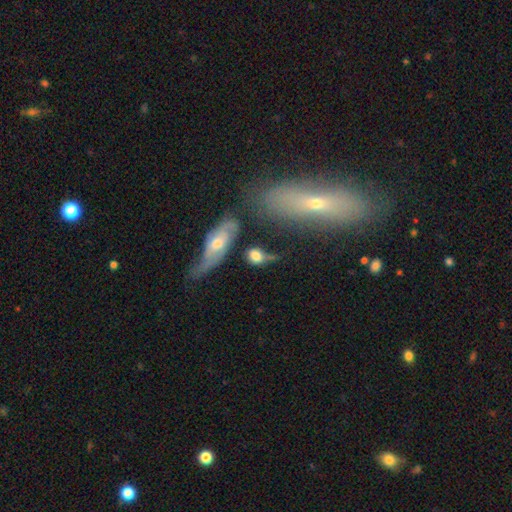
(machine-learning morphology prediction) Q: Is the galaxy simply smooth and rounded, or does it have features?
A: smooth — 66%.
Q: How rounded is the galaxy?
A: in between — 48%.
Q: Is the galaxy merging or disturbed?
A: none — 33%.